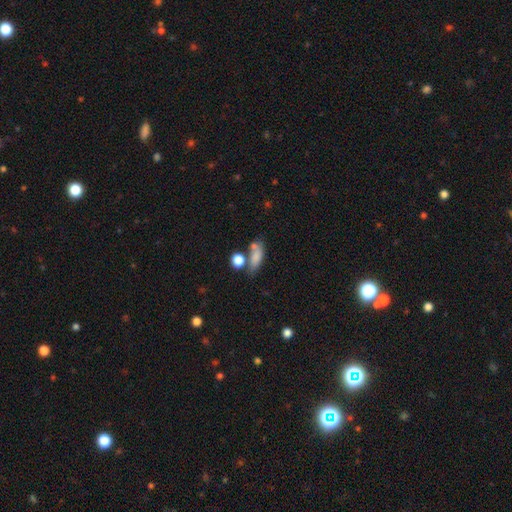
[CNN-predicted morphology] A smooth galaxy with no disk features (77%) that is in between round and cigar-shaped (65%). Merging: none (46%).